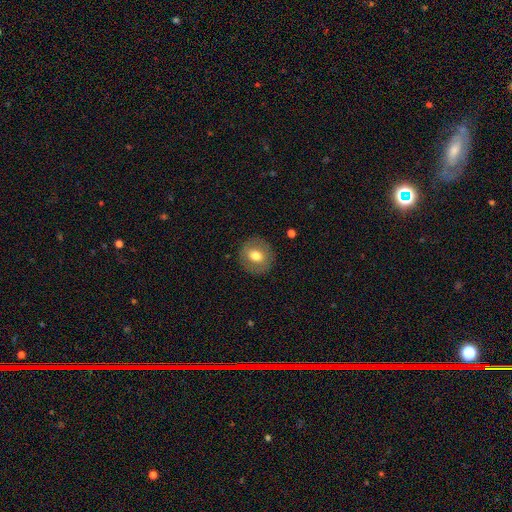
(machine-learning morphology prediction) Smooth or featured?
  - smooth: 68% *
  - featured or disk: 24%
  - star or artifact: 8%
How rounded?
  - round: 87% *
  - in between: 12%
  - cigar-shaped: 1%
Merging?
  - none: 88% *
  - minor disturbance: 8%
  - major disturbance: 3%
  - merger: 1%